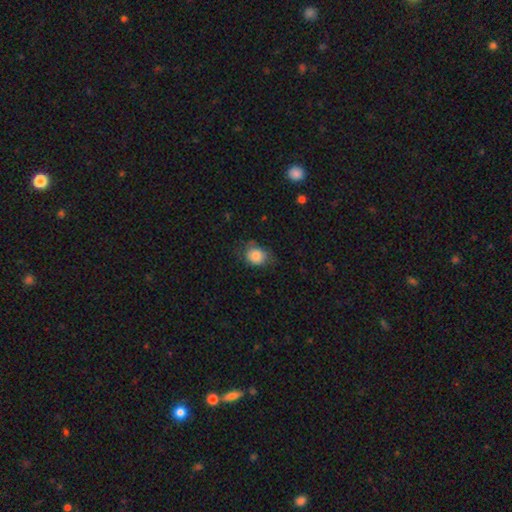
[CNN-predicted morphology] Smooth or featured? Predicted: smooth (p=0.83). How rounded? Predicted: round (p=0.53). Merging? Predicted: none (p=0.56).